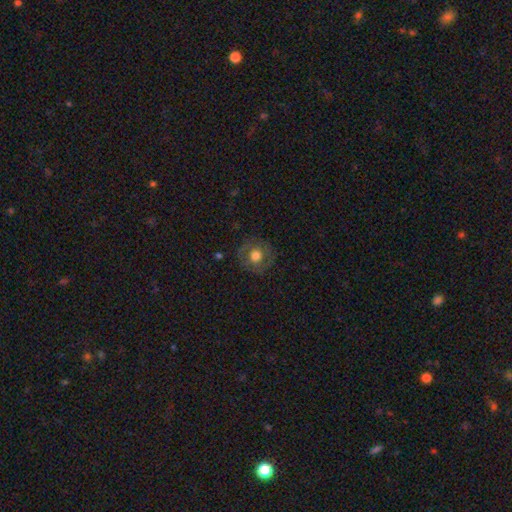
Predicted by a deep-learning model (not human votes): A smooth galaxy with no disk features (57%) that is round (91%).

Vote fractions:
- Smooth or featured? smooth: 57% / featured or disk: 33% / star or artifact: 10%
- How rounded? round: 91% / in between: 8% / cigar-shaped: 1%
- Merging? none: 82% / minor disturbance: 12% / major disturbance: 5% / merger: 1%